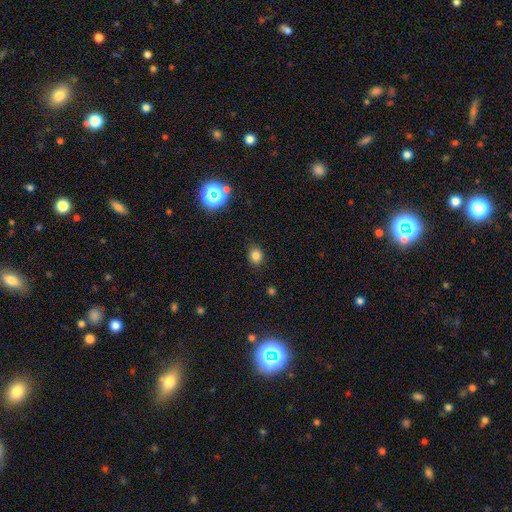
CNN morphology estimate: Q: Smooth or featured?
A: smooth (81%); runner-up: star or artifact (14%)
Q: How rounded?
A: round (65%); runner-up: in between (34%)
Q: Merging?
A: none (87%); runner-up: minor disturbance (10%)